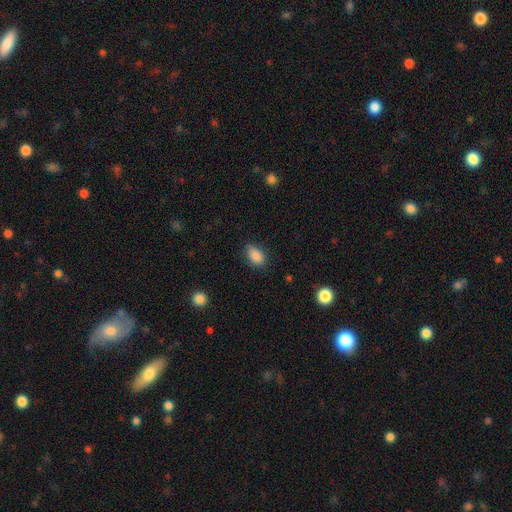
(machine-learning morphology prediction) A smooth galaxy with no disk features (87%) that is in between round and cigar-shaped (86%). Merging: none (81%).